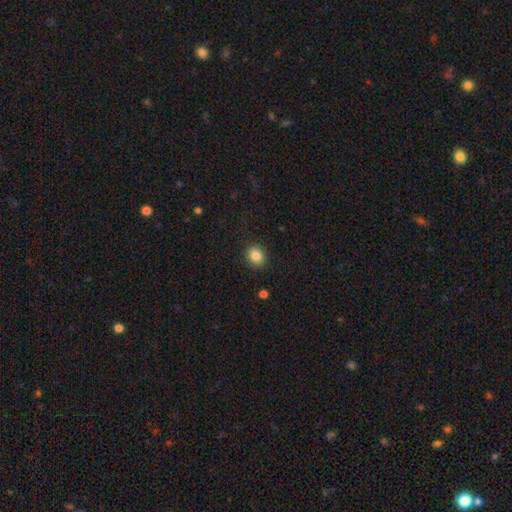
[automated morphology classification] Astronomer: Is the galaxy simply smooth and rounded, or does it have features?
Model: smooth — 85%.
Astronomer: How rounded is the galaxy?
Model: round — 70%.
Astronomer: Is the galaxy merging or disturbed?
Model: none — 89%.